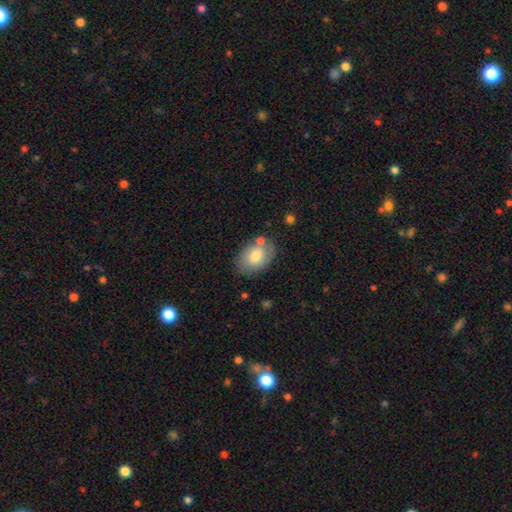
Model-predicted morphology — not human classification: Overall: smooth (74%). How rounded: in between (85%). Merging: none (72%).